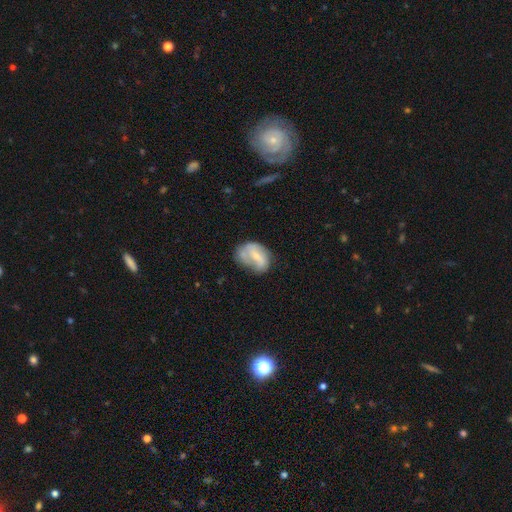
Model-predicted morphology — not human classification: This is possibly a featured or disk galaxy (50%). Merging: marginally none (40%).